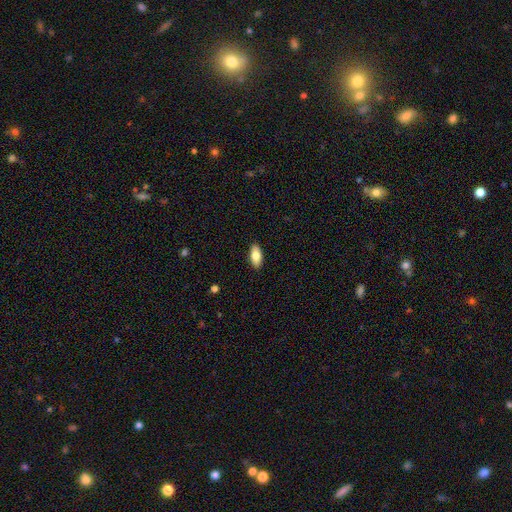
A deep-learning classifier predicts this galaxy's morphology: smooth 81%, featured or disk 12%, star or artifact 6%. Down the decision tree: how rounded — in between (88%); merging — none (90%).